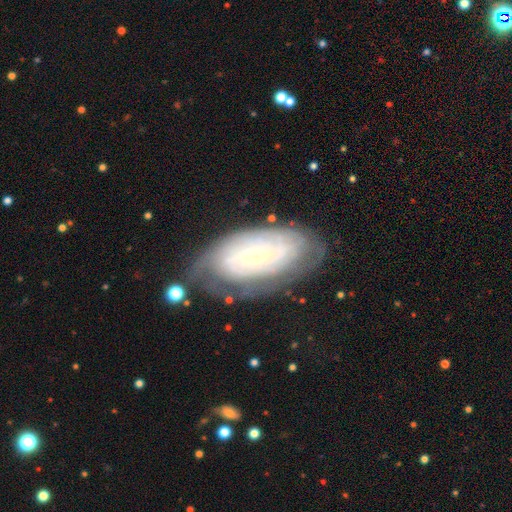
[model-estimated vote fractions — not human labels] Morphology: type=featured or disk (78%); edge-on=no (94%); bar=no (66%); spiral arms=yes (88%); winding=tight (77%); arm count=can't tell (57%); bulge=small (79%); merging=none (67%).